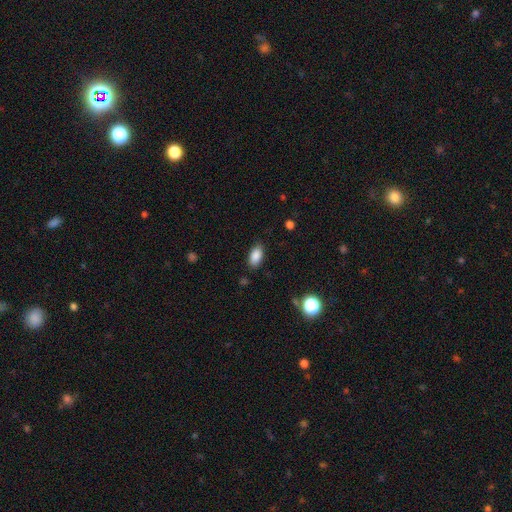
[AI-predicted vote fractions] smooth_or_featured: smooth (p=0.87) [alt: star or artifact p=0.08]
how_rounded: in between (p=0.92) [alt: round p=0.04]
merging: none (p=0.84) [alt: minor disturbance p=0.12]